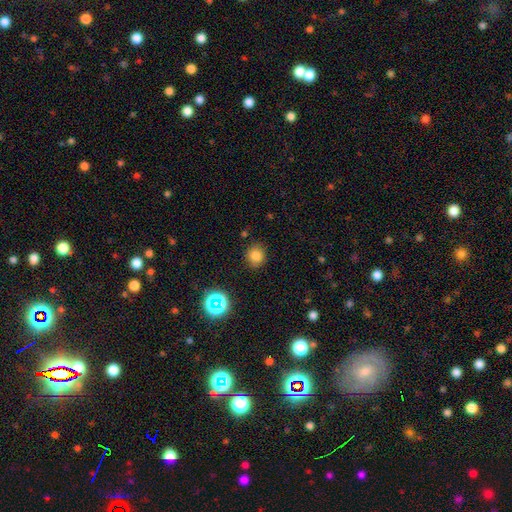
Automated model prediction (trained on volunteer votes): Smooth or featured? smooth (78%)
How rounded? round (79%)
Merging? none (84%)